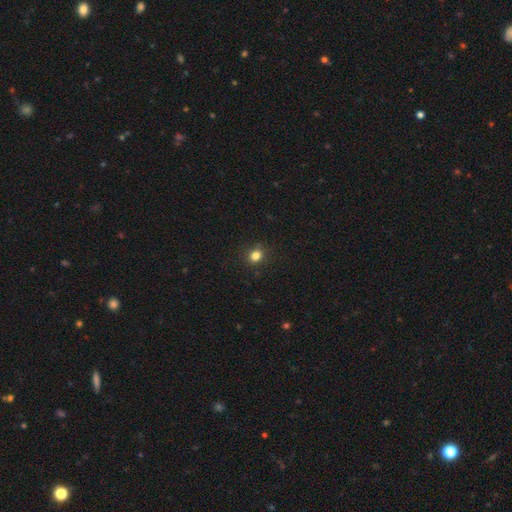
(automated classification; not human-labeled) This appears to be a smooth galaxy with no disk features (81%) that is round (81%). Merging: none (88%).